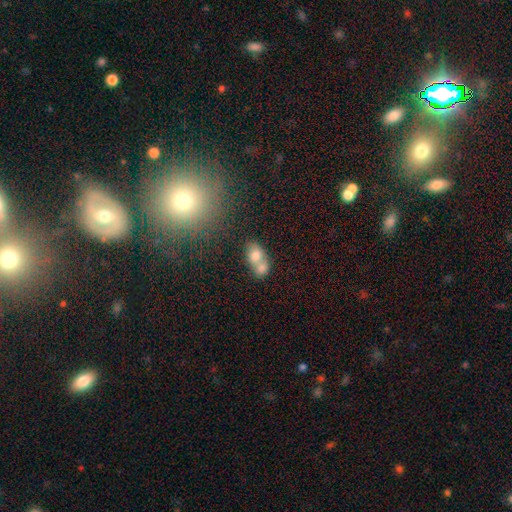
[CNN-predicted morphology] Smooth or featured: smooth — 71% (featured or disk — 20%)
How rounded: in between — 73% (round — 24%)
Merging: merger — 68% (none — 20%)